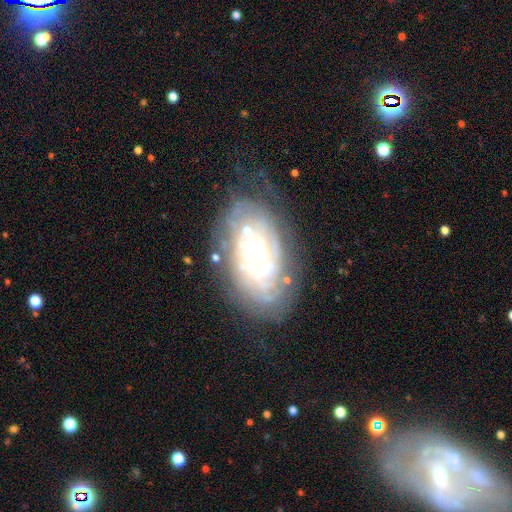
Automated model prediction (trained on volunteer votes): Overall: featured or disk (78%). Edge-on disk: no (95%). Bar: no (79%). Spiral arms: yes (91%). Spiral arm count: can't tell (48%; 4 12%). Spiral winding: tight (77%). Bulge size: small (55%; moderate 23%). Merging: none (65%).